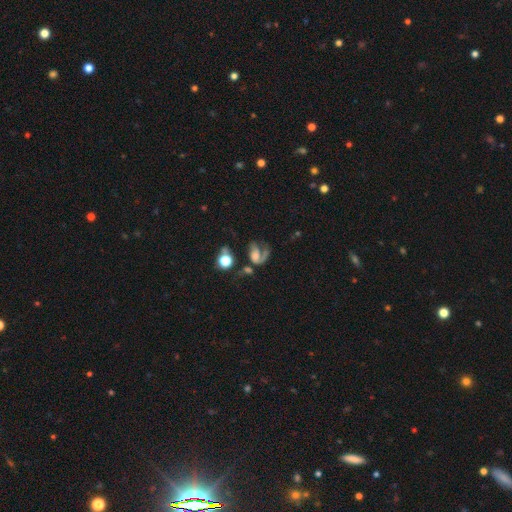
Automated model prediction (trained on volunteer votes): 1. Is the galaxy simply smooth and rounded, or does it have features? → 58% featured or disk, 29% smooth, 13% star or artifact.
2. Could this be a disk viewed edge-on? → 97% no, 3% yes.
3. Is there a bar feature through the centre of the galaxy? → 66% no, 25% weak, 9% strong.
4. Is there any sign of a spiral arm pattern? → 77% yes, 23% no.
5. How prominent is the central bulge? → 28% moderate, 26% none, 24% small, 16% large, 5% dominant.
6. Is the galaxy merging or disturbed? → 43% major disturbance, 25% none, 19% merger, 14% minor disturbance.